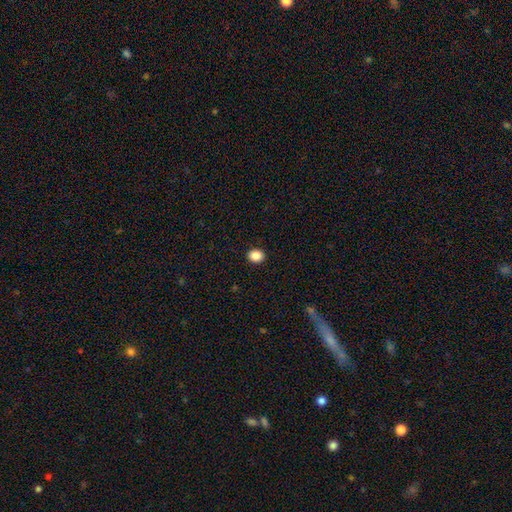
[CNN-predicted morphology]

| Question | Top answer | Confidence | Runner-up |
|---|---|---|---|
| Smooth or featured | smooth | 87% | star or artifact (9%) |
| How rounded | round | 57% | in between (43%) |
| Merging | none | 92% | minor disturbance (6%) |